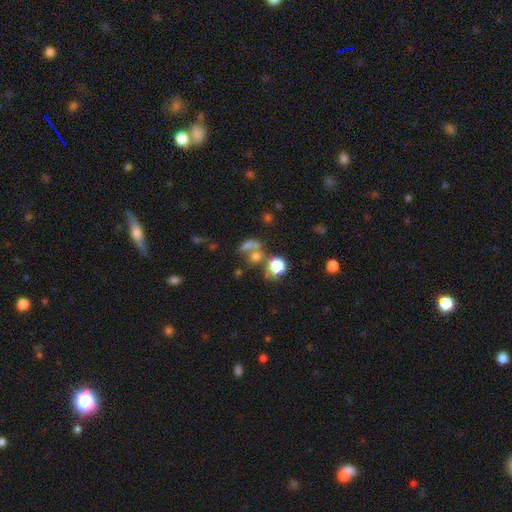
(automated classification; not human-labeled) This is possibly a smooth galaxy (58%). How rounded: likely round (68%). Merging: marginally merger (41%).